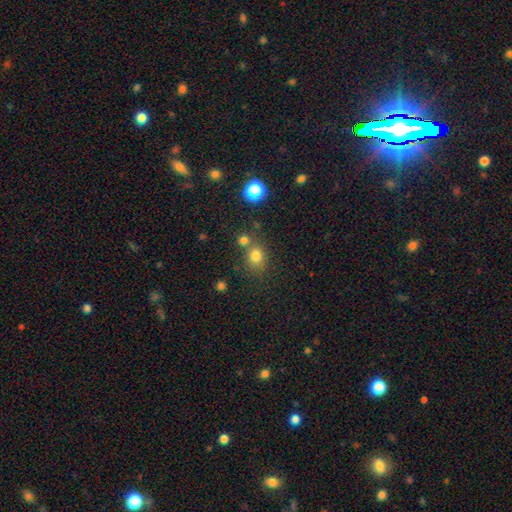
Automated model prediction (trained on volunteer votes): Smooth or featured?
  - smooth: 76% *
  - star or artifact: 16%
  - featured or disk: 8%
How rounded?
  - round: 67% *
  - in between: 31%
  - cigar-shaped: 1%
Merging?
  - none: 61% *
  - merger: 24%
  - minor disturbance: 11%
  - major disturbance: 4%